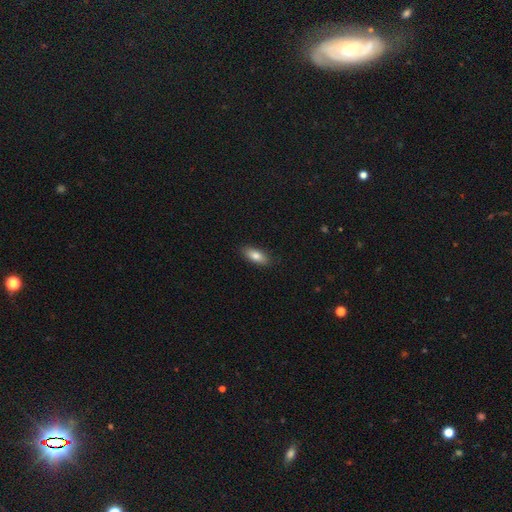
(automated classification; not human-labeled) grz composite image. It shows a smooth galaxy with no disk features (81%) that is in between round and cigar-shaped (80%). Merging: none (88%).